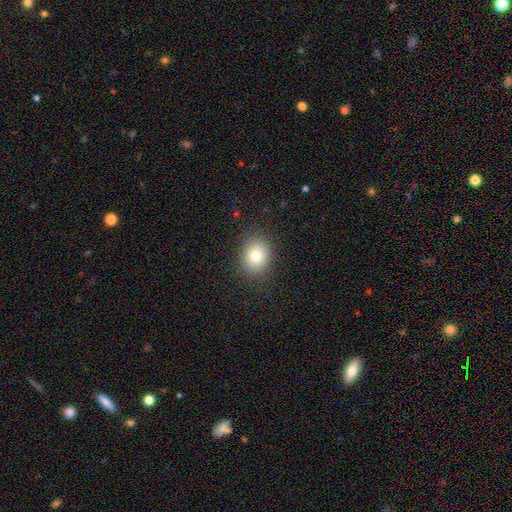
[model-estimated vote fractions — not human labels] The model was most divided on "how rounded": round: 64%, in between: 35%, cigar-shaped: 1%. More confident: merging — none (87%); smooth or featured — smooth (80%).